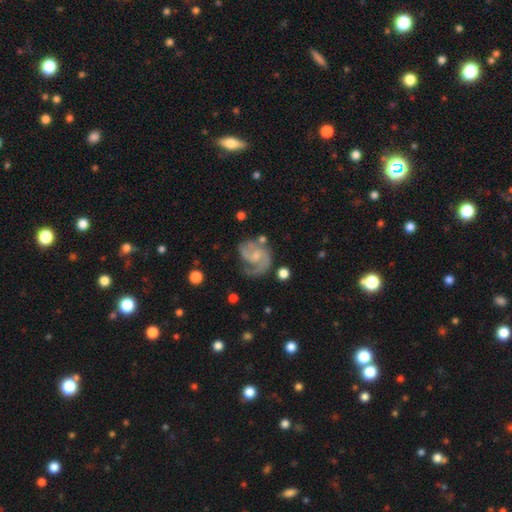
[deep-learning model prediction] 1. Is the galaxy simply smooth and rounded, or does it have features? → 85% featured or disk, 9% smooth, 6% star or artifact.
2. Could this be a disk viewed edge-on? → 98% no, 2% yes.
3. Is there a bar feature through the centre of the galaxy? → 57% no, 37% weak, 6% strong.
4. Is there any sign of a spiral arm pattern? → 96% yes, 4% no.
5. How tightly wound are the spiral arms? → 51% medium, 31% tight, 18% loose.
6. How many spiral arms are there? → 73% 2, 15% 1, 6% can't tell, 4% 3, 1% 4, 1% more than 4.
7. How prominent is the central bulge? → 55% small, 30% moderate, 12% none, 2% large, 1% dominant.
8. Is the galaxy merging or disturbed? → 59% none, 22% minor disturbance, 14% major disturbance, 5% merger.